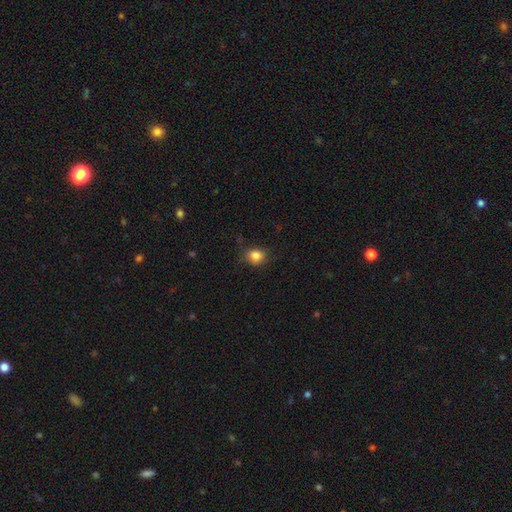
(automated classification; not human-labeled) smooth 84%, star or artifact 11%, featured or disk 5%. Down the decision tree: how rounded — round (67%); merging — none (77%).